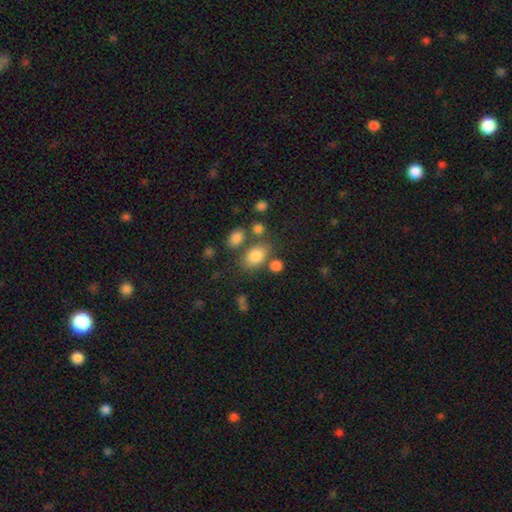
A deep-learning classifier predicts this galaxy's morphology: Smooth or featured? smooth (81%)
How rounded? in between (76%)
Merging? none (64%)